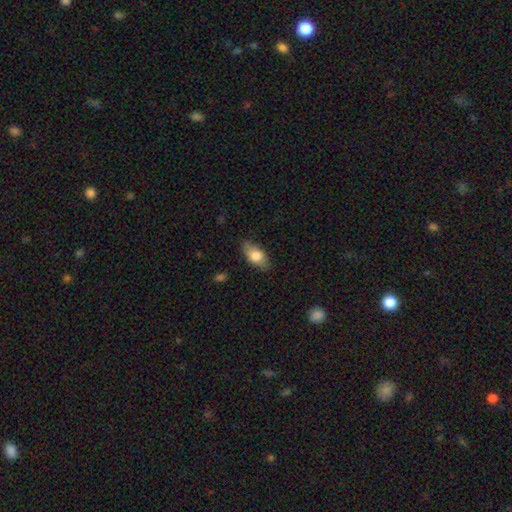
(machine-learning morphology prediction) This appears to be a smooth galaxy with no disk features (76%) that is in between round and cigar-shaped (87%). Merging: none (81%).